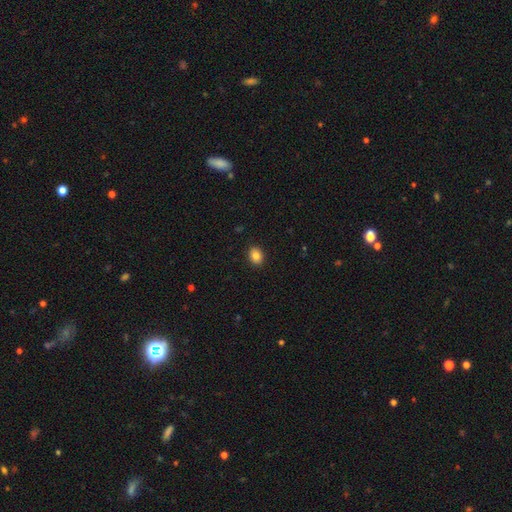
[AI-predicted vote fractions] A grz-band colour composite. It shows a smooth galaxy with no disk features (86%) that is in between round and cigar-shaped (62%). Merging: none (90%).